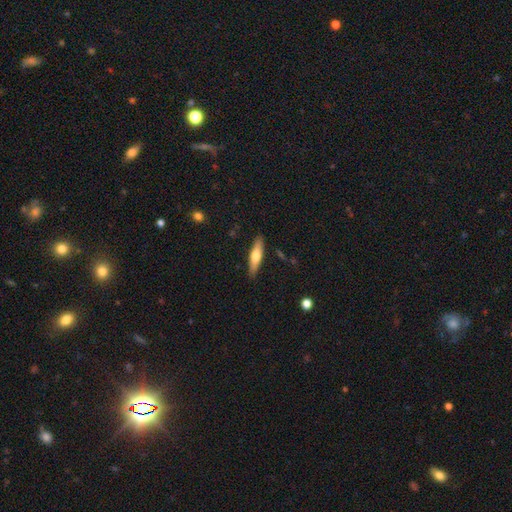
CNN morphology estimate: This is possibly a smooth galaxy (57%). How rounded: likely cigar-shaped (73%). Merging: clearly none (88%).